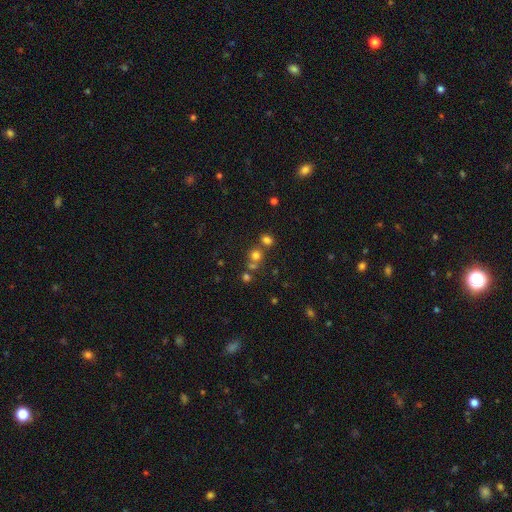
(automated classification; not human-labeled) Smooth or featured?
  - smooth: 68% *
  - star or artifact: 23%
  - featured or disk: 10%
How rounded?
  - round: 84% *
  - in between: 15%
  - cigar-shaped: 1%
Merging?
  - none: 58% *
  - merger: 31%
  - minor disturbance: 8%
  - major disturbance: 4%